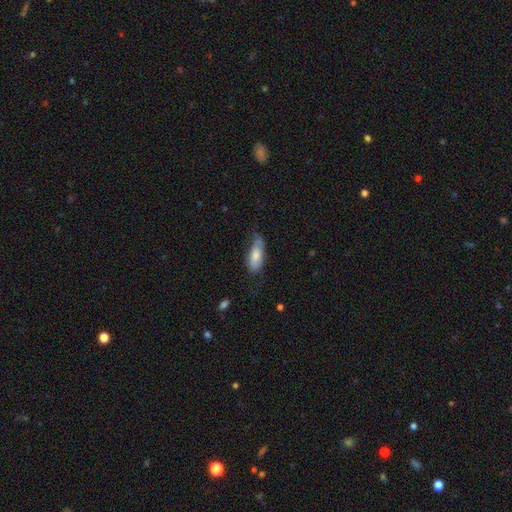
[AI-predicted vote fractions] A smooth galaxy with no disk features (76%) that is in between round and cigar-shaped (75%).

Vote fractions:
- Smooth or featured? smooth: 76% / featured or disk: 18% / star or artifact: 6%
- How rounded? in between: 75% / cigar-shaped: 23% / round: 2%
- Merging? none: 46% / minor disturbance: 38% / major disturbance: 13% / merger: 2%